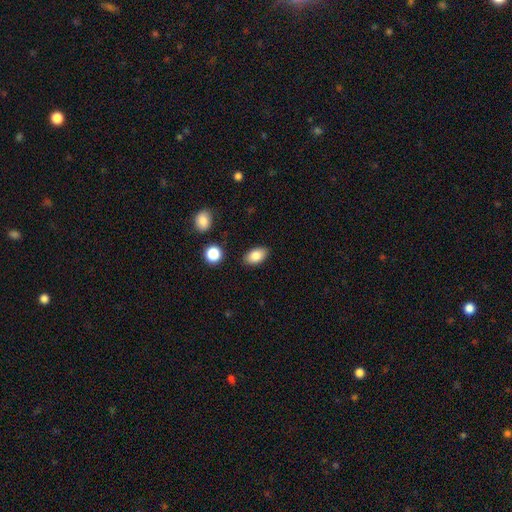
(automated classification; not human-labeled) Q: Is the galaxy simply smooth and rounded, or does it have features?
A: smooth — 85%.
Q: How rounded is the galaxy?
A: in between — 91%.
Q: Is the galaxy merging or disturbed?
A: none — 86%.